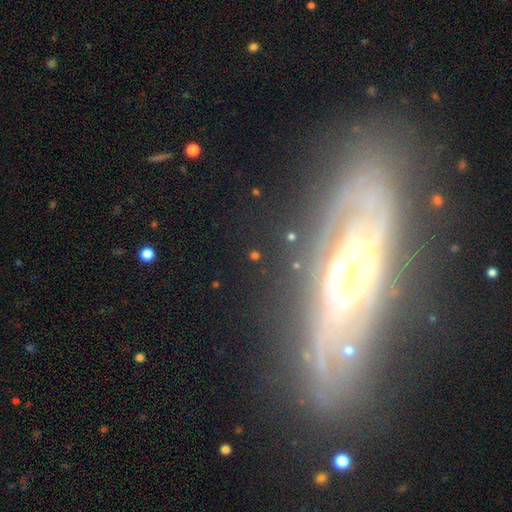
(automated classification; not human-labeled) The model was most divided on "smooth or featured": featured or disk: 45%, star or artifact: 29%, smooth: 25%. More confident: merging — none (80%).